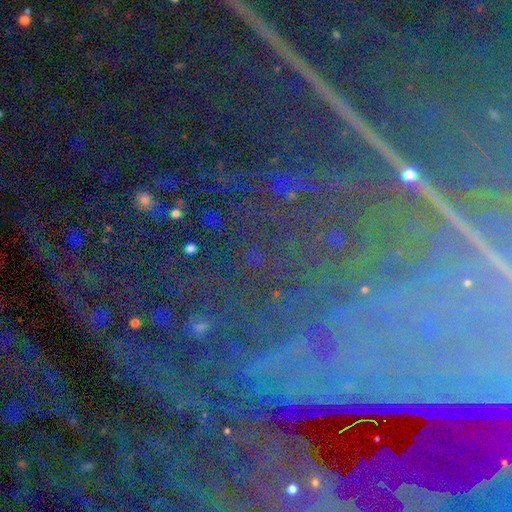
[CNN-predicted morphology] The model was most divided on "smooth or featured": star or artifact: 86%, featured or disk: 8%, smooth: 6%.